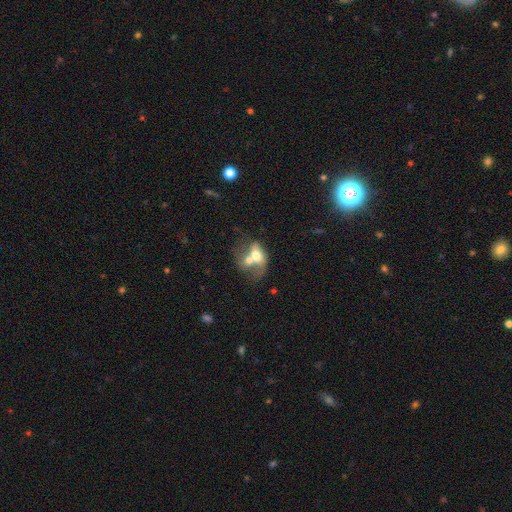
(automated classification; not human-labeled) smooth_or_featured: smooth (p=0.56) [alt: featured or disk p=0.36]
how_rounded: in between (p=0.73) [alt: round p=0.24]
merging: merger (p=0.72) [alt: none p=0.11]